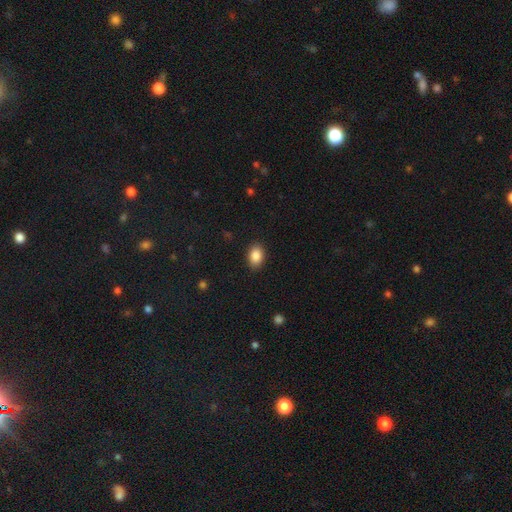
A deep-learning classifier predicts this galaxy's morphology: Smooth or featured?
  - smooth: 87% *
  - star or artifact: 8%
  - featured or disk: 5%
How rounded?
  - in between: 79% *
  - round: 20%
  - cigar-shaped: 1%
Merging?
  - none: 89% *
  - minor disturbance: 8%
  - major disturbance: 2%
  - merger: 1%